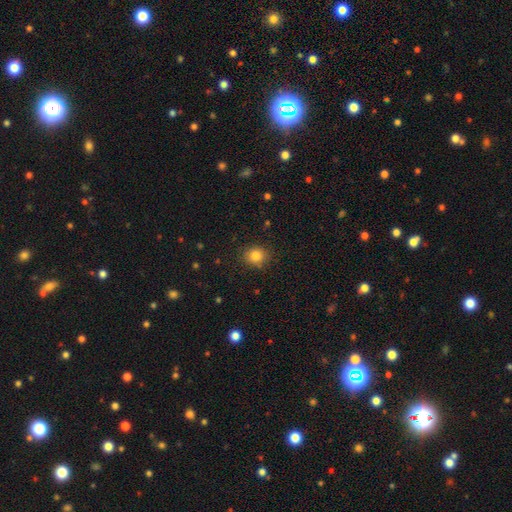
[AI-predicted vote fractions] Smooth or featured?
  - smooth: 82% *
  - star or artifact: 12%
  - featured or disk: 6%
How rounded?
  - round: 77% *
  - in between: 22%
  - cigar-shaped: 1%
Merging?
  - none: 86% *
  - minor disturbance: 10%
  - major disturbance: 3%
  - merger: 1%